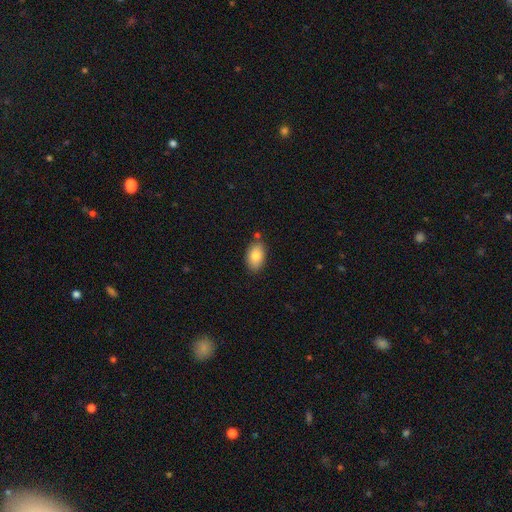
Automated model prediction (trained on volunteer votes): Smooth or featured?
  - smooth: 83% *
  - featured or disk: 10%
  - star or artifact: 7%
How rounded?
  - in between: 92% *
  - round: 7%
  - cigar-shaped: 1%
Merging?
  - none: 81% *
  - minor disturbance: 12%
  - merger: 4%
  - major disturbance: 2%